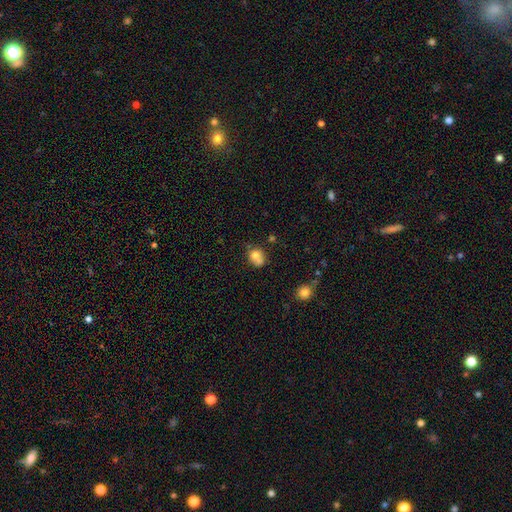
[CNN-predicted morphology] Smooth or featured? smooth (75%)
How rounded? round (58%)
Merging? none (44%)